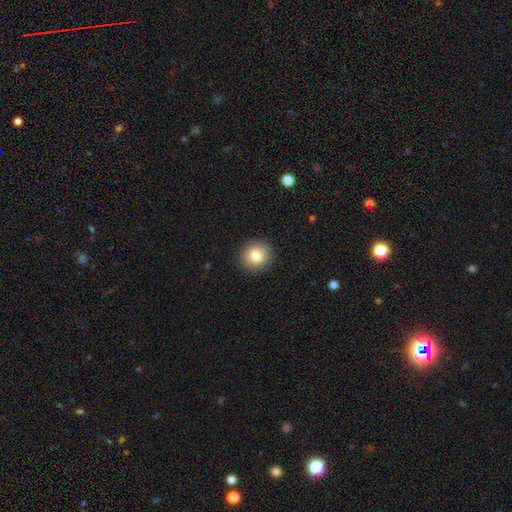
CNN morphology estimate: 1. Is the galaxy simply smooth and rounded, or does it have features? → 80% smooth, 10% star or artifact, 10% featured or disk.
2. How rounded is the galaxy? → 91% round, 8% in between, 1% cigar-shaped.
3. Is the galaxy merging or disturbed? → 91% none, 6% minor disturbance, 2% major disturbance, 1% merger.